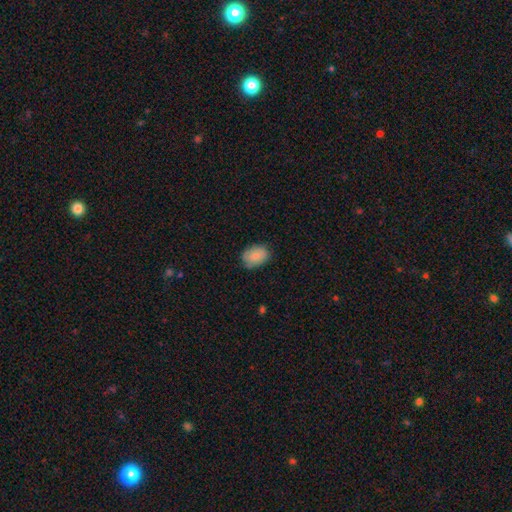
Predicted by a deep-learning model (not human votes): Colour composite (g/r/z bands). It shows a smooth galaxy with no disk features (85%) that is in between round and cigar-shaped (78%). Merging: none (76%).